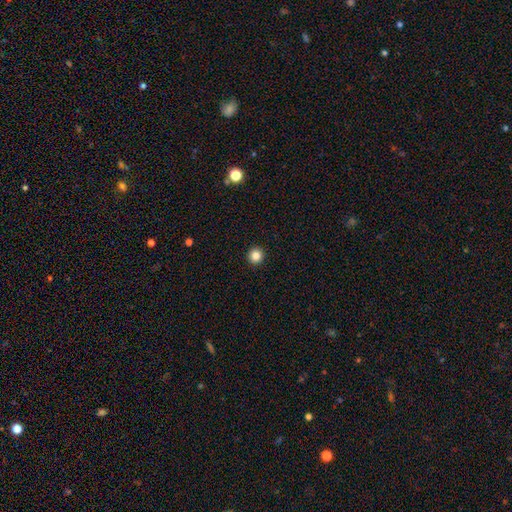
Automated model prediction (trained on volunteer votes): Smooth or featured?
  - smooth: 85% *
  - star or artifact: 11%
  - featured or disk: 4%
How rounded?
  - round: 94% *
  - in between: 5%
  - cigar-shaped: 1%
Merging?
  - none: 93% *
  - minor disturbance: 4%
  - major disturbance: 1%
  - merger: 1%